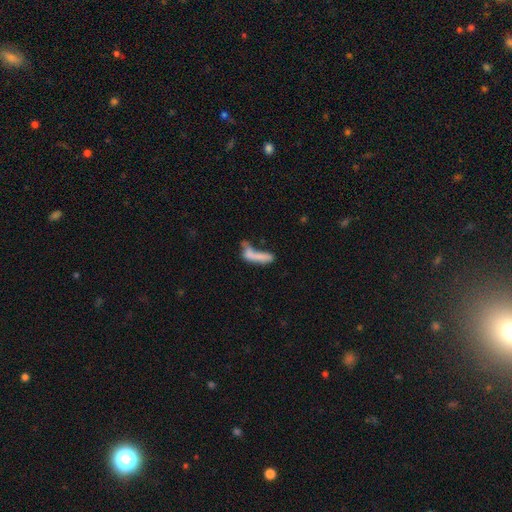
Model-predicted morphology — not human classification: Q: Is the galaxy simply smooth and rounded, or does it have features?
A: smooth — 64%.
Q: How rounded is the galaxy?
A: cigar-shaped — 65%.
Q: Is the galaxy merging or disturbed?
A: merger — 33%.